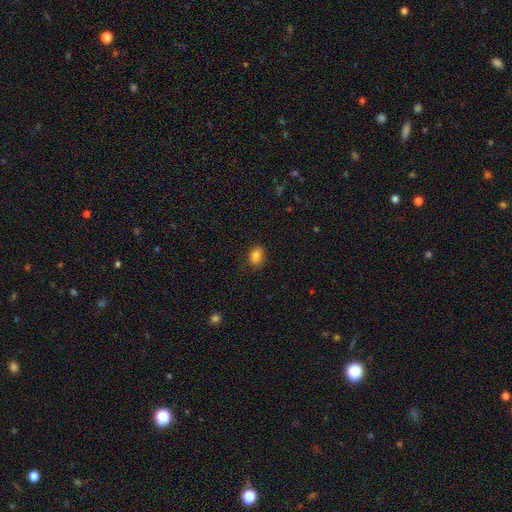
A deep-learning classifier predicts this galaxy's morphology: smooth-or-featured: smooth: 84% | star or artifact: 10% | featured or disk: 6%
  how-rounded: in between: 69% | round: 29% | cigar-shaped: 1%
  merging: none: 81% | minor disturbance: 15% | major disturbance: 3% | merger: 1%